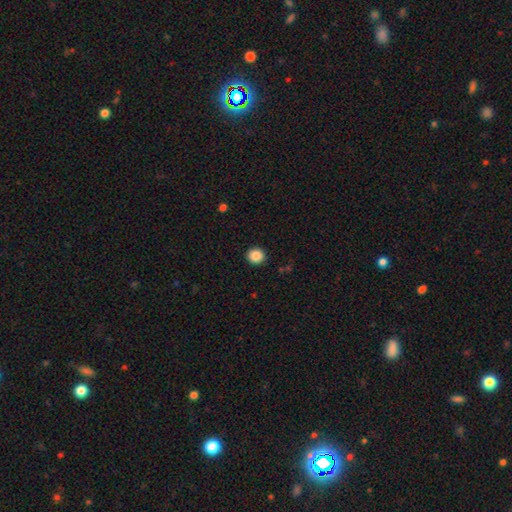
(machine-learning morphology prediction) smooth 87%, star or artifact 10%, featured or disk 4%. Down the decision tree: how rounded — round (90%); merging — none (92%).